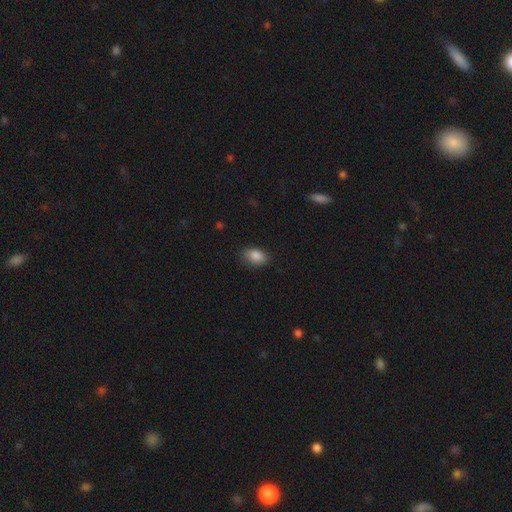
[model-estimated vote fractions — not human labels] smooth-or-featured: smooth: 87% | star or artifact: 8% | featured or disk: 5%
  how-rounded: in between: 87% | round: 12% | cigar-shaped: 2%
  merging: none: 82% | minor disturbance: 14% | major disturbance: 3% | merger: 1%